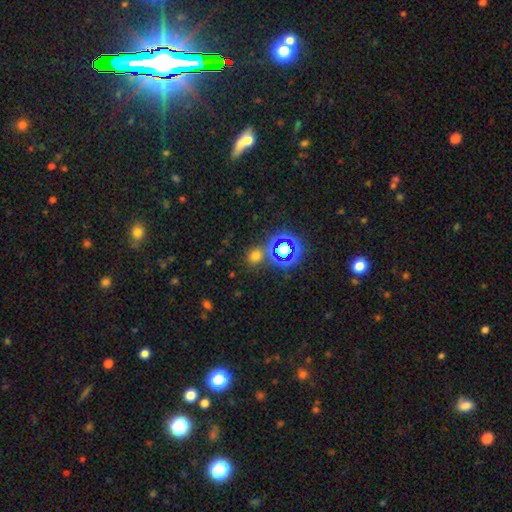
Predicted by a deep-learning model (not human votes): The model was most divided on "smooth or featured": smooth: 61%, star or artifact: 33%, featured or disk: 7%. More confident: how rounded — round (82%); merging — none (78%).